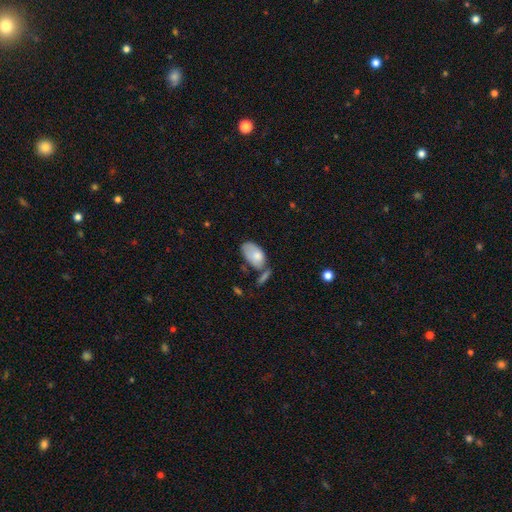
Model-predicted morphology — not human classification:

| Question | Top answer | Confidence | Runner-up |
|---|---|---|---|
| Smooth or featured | smooth | 76% | featured or disk (17%) |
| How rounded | in between | 93% | round (5%) |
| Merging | none | 36% | minor disturbance (28%) |